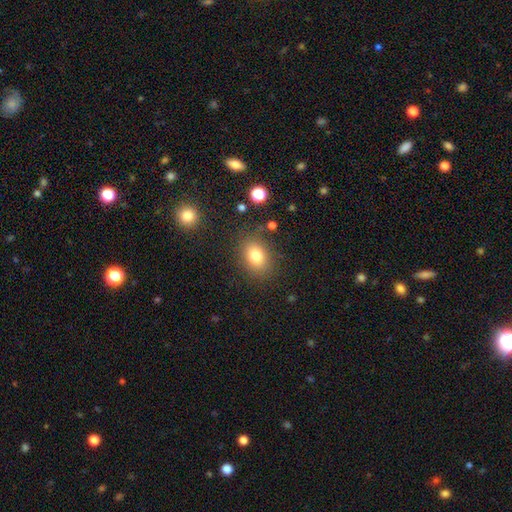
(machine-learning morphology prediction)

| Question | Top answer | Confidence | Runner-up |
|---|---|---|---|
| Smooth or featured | smooth | 79% | star or artifact (11%) |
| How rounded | in between | 62% | round (37%) |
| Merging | none | 82% | minor disturbance (11%) |